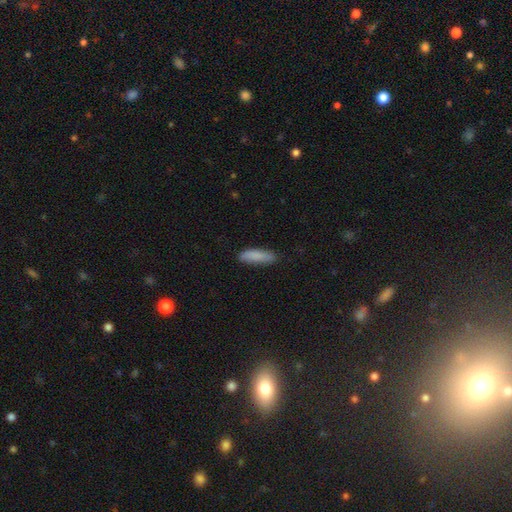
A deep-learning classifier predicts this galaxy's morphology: Smooth or featured? smooth (86%)
How rounded? cigar-shaped (67%)
Merging? none (82%)